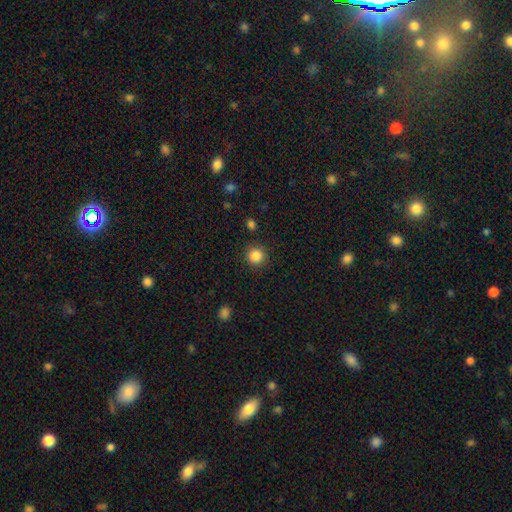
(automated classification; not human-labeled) smooth 85%, star or artifact 11%, featured or disk 4%. Down the decision tree: how rounded — round (93%); merging — none (89%).